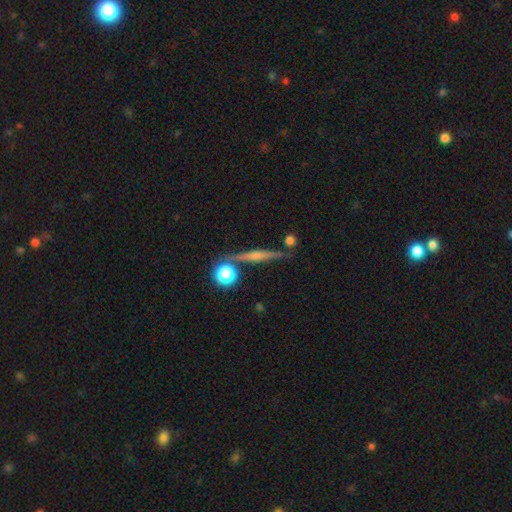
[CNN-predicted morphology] Smooth or featured? featured or disk (61%)
Edge-on disk? yes (91%)
Edge-on bulge? rounded (66%)
Merging? none (77%)